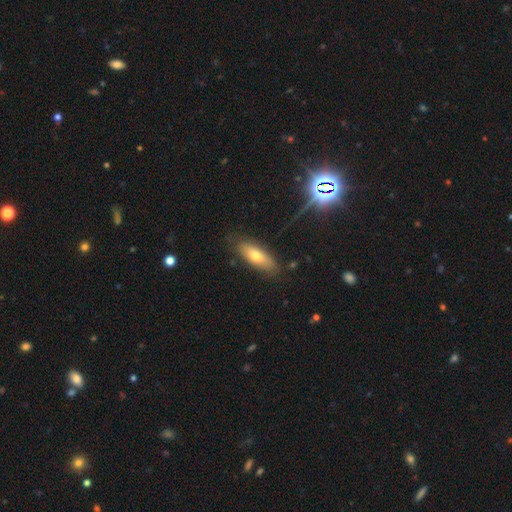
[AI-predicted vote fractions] Q: Smooth or featured?
A: smooth (67%); runner-up: featured or disk (25%)
Q: How rounded?
A: in between (69%); runner-up: cigar-shaped (29%)
Q: Merging?
A: none (80%); runner-up: minor disturbance (15%)